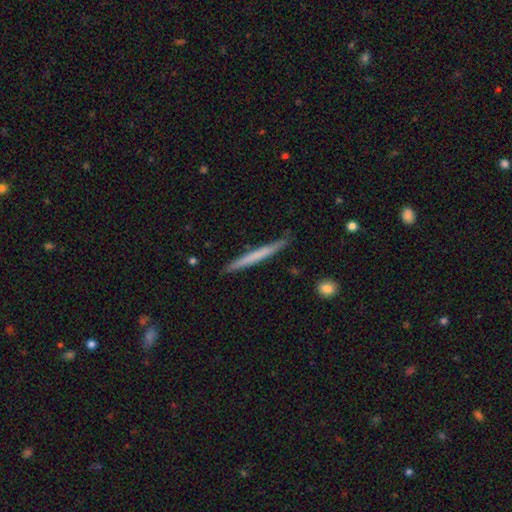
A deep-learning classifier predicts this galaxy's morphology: This appears to be a smooth galaxy with no disk features (57%) that is cigar-shaped (97%). Merging: none (88%).